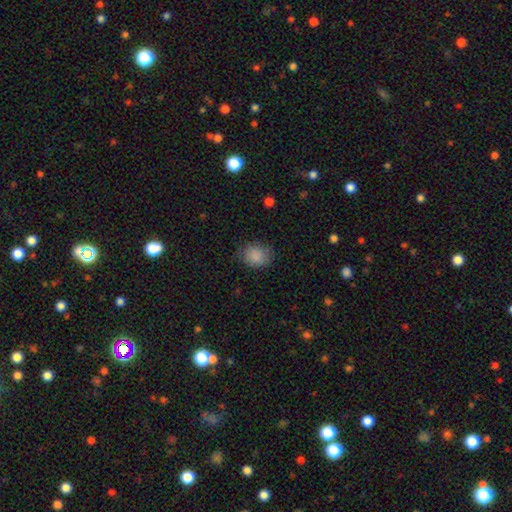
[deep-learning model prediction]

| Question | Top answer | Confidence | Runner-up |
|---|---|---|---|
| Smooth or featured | smooth | 87% | star or artifact (8%) |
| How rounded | round | 57% | in between (42%) |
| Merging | none | 75% | minor disturbance (18%) |